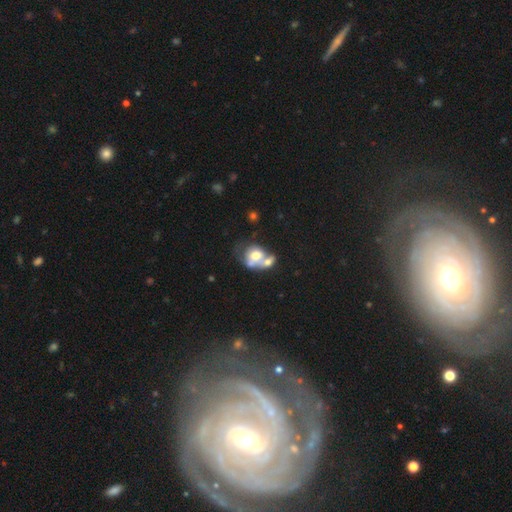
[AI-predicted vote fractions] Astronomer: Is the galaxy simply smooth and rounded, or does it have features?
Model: smooth — 56% (runner-up: featured or disk, 36%).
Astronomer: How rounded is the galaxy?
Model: round — 51% (runner-up: in between, 48%).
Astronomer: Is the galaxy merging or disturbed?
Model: merger — 68%.